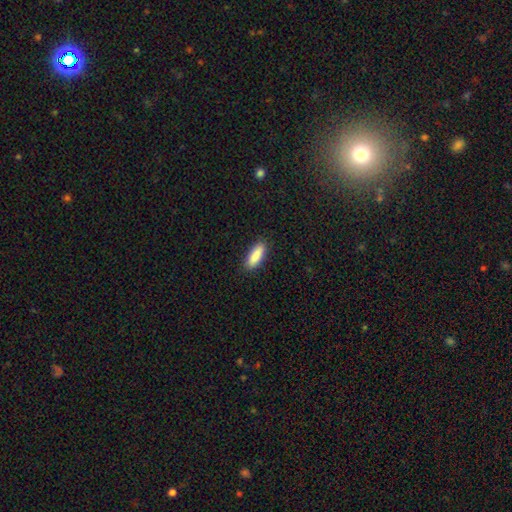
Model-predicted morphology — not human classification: type=smooth (89%); roundness=in between (61%); merging=none (88%).